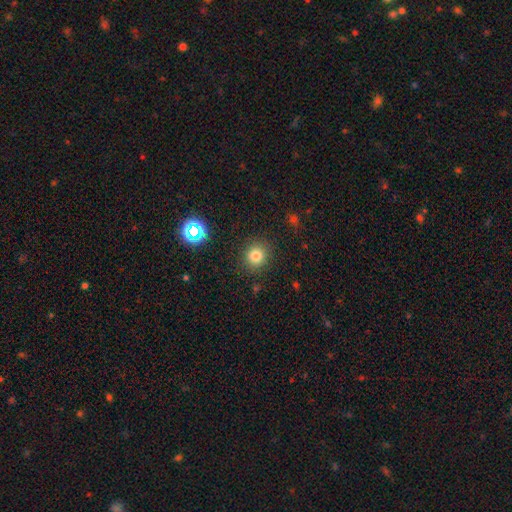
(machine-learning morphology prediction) This is likely a smooth galaxy (79%). How rounded: clearly round (86%). Merging: clearly none (87%).